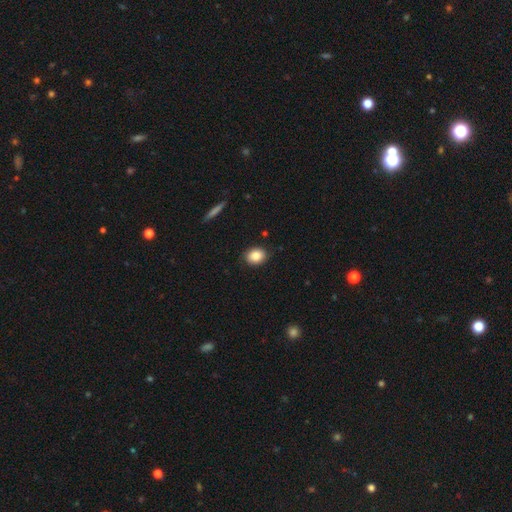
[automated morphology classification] Smooth or featured?
  - smooth: 86% *
  - star or artifact: 8%
  - featured or disk: 6%
How rounded?
  - in between: 52% *
  - round: 46%
  - cigar-shaped: 1%
Merging?
  - none: 87% *
  - minor disturbance: 10%
  - major disturbance: 2%
  - merger: 1%